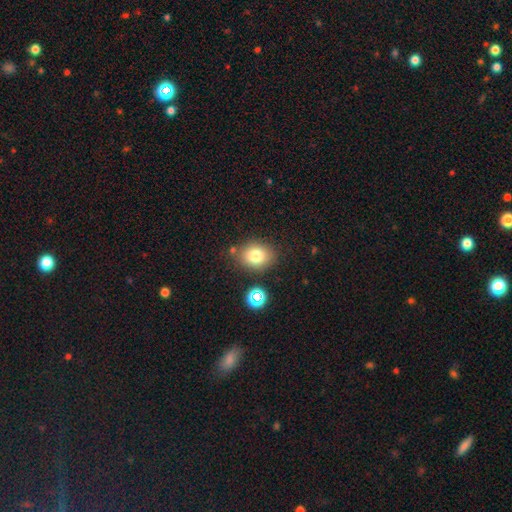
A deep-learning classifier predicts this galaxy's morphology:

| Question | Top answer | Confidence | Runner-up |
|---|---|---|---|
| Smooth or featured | smooth | 79% | star or artifact (12%) |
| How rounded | round | 51% | in between (48%) |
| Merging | none | 79% | minor disturbance (12%) |